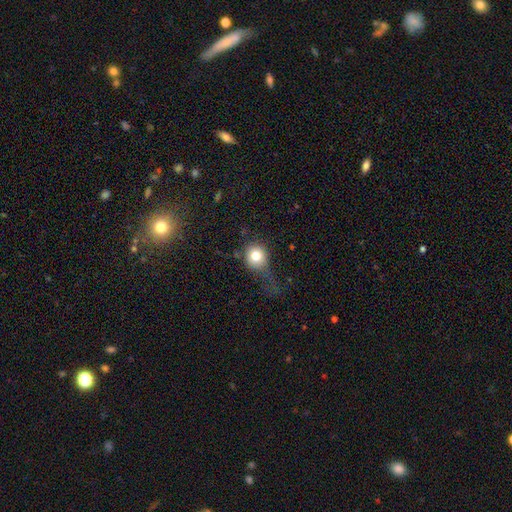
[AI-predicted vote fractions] Overall: smooth (76%). How rounded: round (84%). Merging: none (46%; minor disturbance 26%).